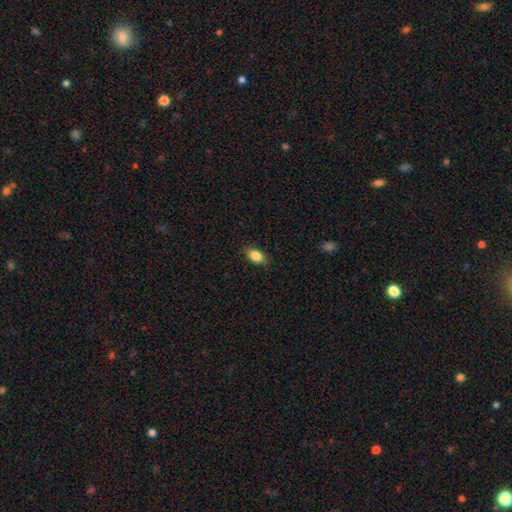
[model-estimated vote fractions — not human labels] Smooth or featured? smooth (86%)
How rounded? in between (86%)
Merging? none (85%)